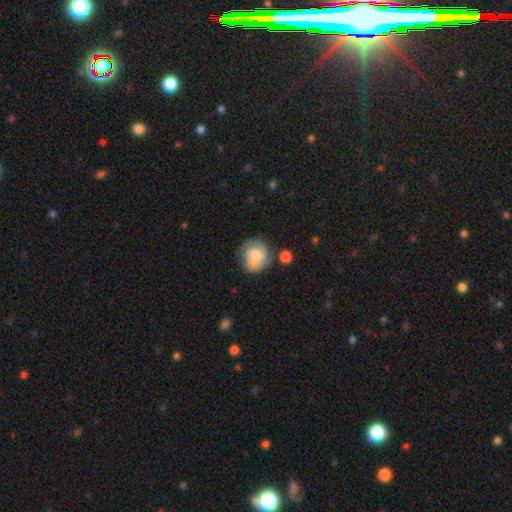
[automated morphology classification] smooth_or_featured: smooth (p=0.46) [tied with: featured or disk p=0.46]
merging: none (p=0.55) [alt: minor disturbance p=0.24]